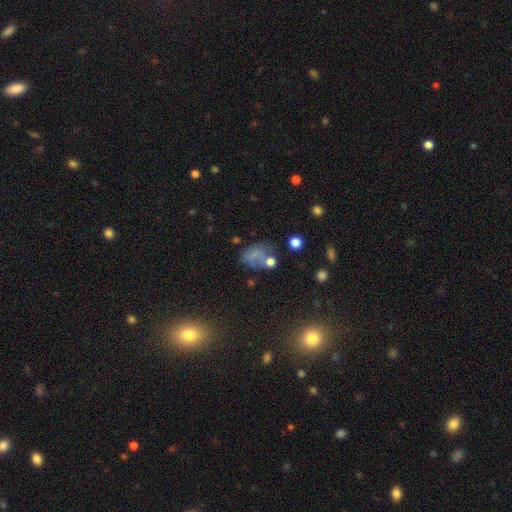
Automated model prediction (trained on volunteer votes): A smooth galaxy with no disk features (57%) that is in between round and cigar-shaped (69%).

Vote fractions:
- Smooth or featured? smooth: 57% / featured or disk: 23% / star or artifact: 20%
- How rounded? in between: 69% / round: 29% / cigar-shaped: 2%
- Merging? none: 35% / major disturbance: 27% / minor disturbance: 23% / merger: 15%